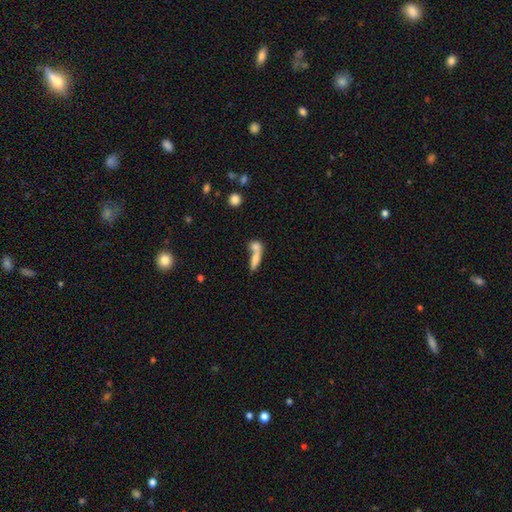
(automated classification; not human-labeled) This appears to be a smooth galaxy with no disk features (69%) that is cigar-shaped (48%). Merging: merger (60%).